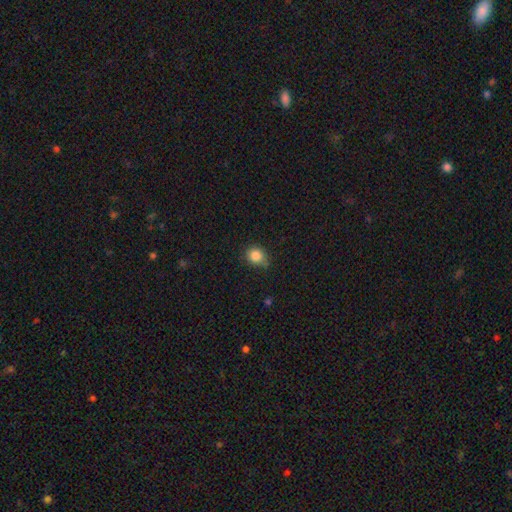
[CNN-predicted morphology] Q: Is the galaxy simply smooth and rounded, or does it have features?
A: smooth — 84%.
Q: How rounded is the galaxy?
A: round — 73%.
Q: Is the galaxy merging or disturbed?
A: none — 66%.